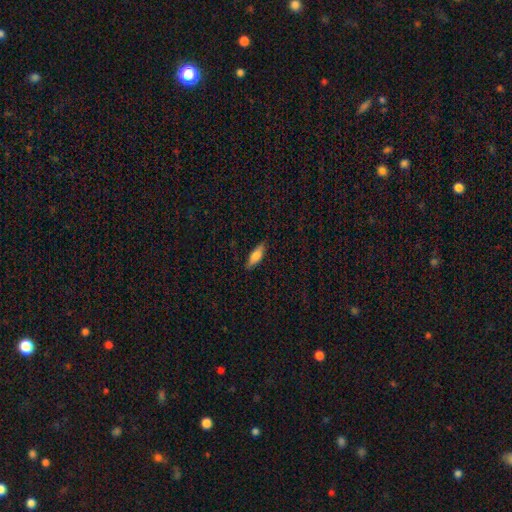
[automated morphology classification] Smooth or featured: smooth — 77% (featured or disk — 17%)
How rounded: in between — 61% (cigar-shaped — 37%)
Merging: none — 84% (minor disturbance — 12%)